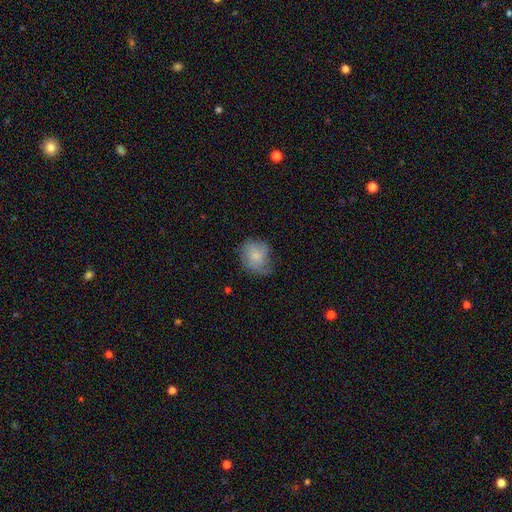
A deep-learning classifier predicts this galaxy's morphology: This appears to be a smooth galaxy with no disk features (59%) that is round (64%). Merging: none (48%).